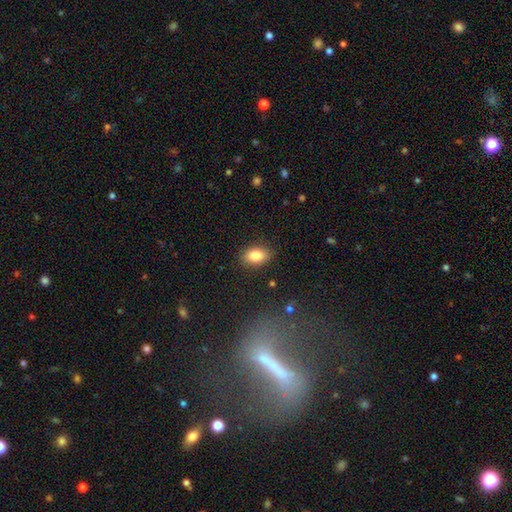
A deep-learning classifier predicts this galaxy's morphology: smooth-or-featured: smooth: 84% | star or artifact: 8% | featured or disk: 7%
  how-rounded: in between: 87% | round: 11% | cigar-shaped: 2%
  merging: none: 86% | minor disturbance: 10% | major disturbance: 3% | merger: 1%